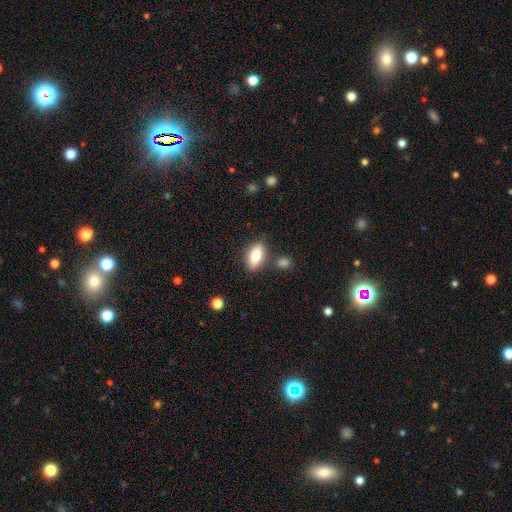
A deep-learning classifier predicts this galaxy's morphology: Q: Smooth or featured?
A: smooth (79%); runner-up: featured or disk (14%)
Q: How rounded?
A: in between (88%); runner-up: cigar-shaped (7%)
Q: Merging?
A: none (78%); runner-up: minor disturbance (13%)